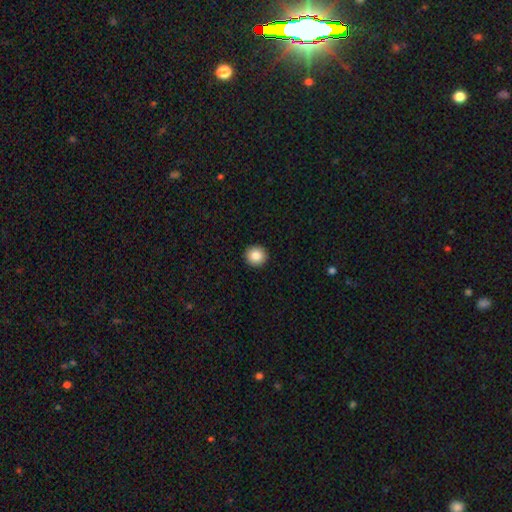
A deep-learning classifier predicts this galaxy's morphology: type=smooth (87%); roundness=round (91%); merging=none (93%).